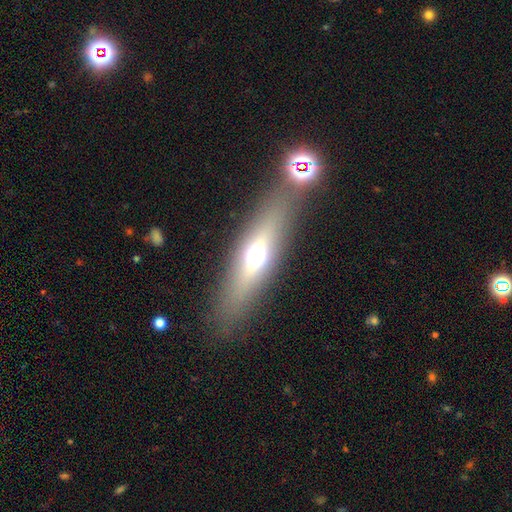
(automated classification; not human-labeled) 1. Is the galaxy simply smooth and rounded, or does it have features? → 47% smooth, 41% featured or disk, 12% star or artifact.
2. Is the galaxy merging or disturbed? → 82% none, 10% minor disturbance, 5% major disturbance, 3% merger.